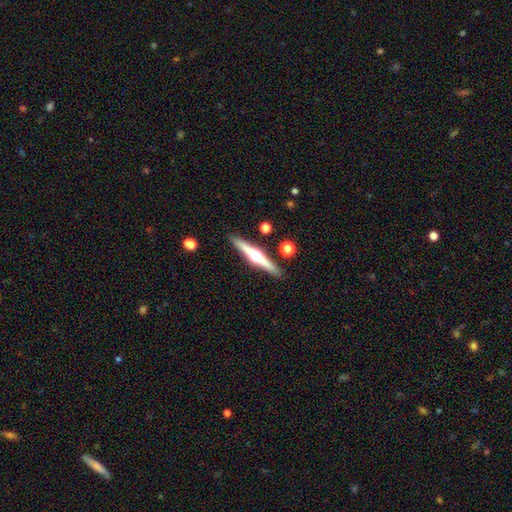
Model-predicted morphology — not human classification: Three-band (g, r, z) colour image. It shows a featured or disk galaxy (76%) viewed edge-on (98%) with a rounded central bulge (95%). Merging: none (90%).